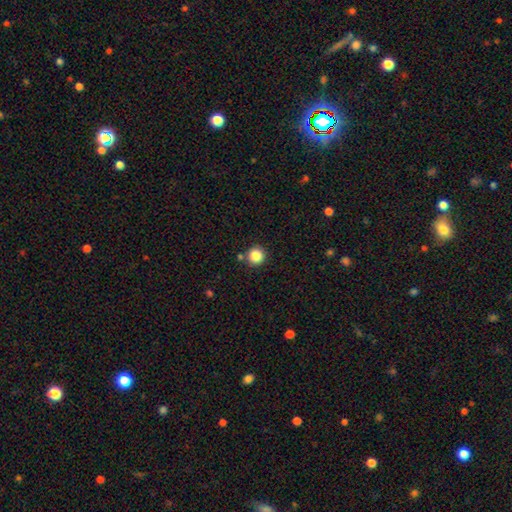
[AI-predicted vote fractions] smooth 86%, star or artifact 10%, featured or disk 4%. Down the decision tree: how rounded — round (95%); merging — none (87%).